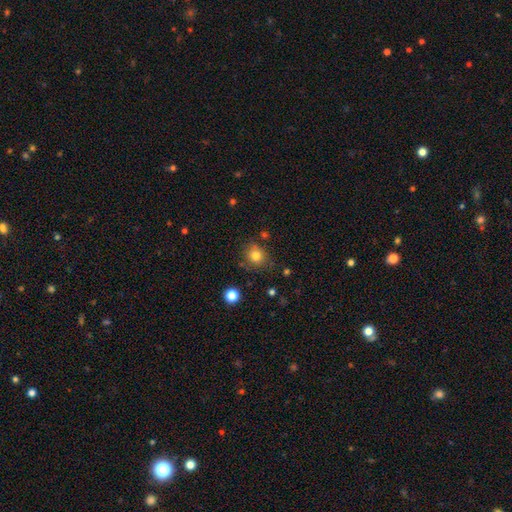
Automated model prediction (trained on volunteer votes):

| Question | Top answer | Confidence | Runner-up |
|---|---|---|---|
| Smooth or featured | smooth | 80% | star or artifact (13%) |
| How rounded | round | 81% | in between (18%) |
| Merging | none | 78% | minor disturbance (14%) |